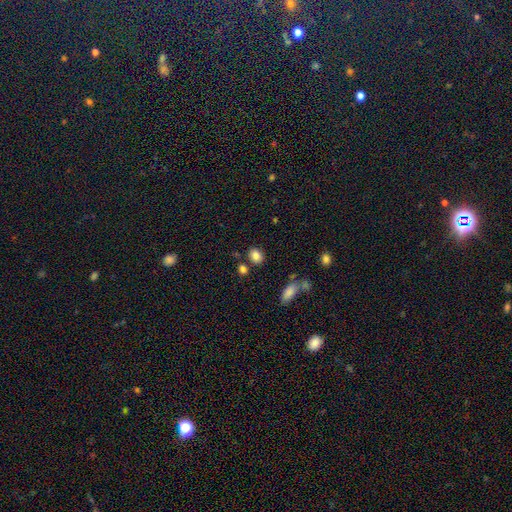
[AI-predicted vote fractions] The model was most divided on "how rounded": in between: 57%, round: 42%, cigar-shaped: 1%. More confident: smooth or featured — smooth (83%); merging — none (75%).